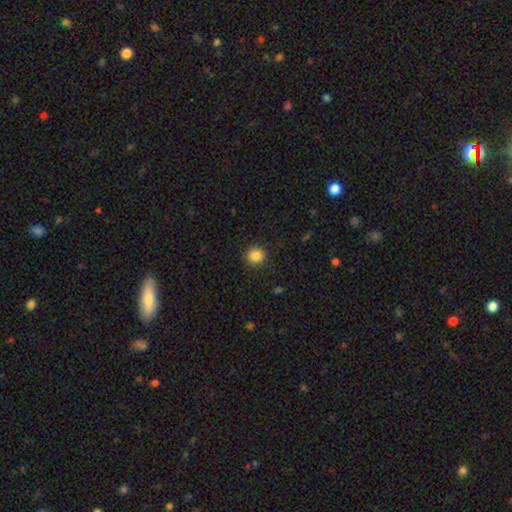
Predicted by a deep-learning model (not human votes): A smooth galaxy with no disk features (86%) that is round (88%). Merging: none (90%).